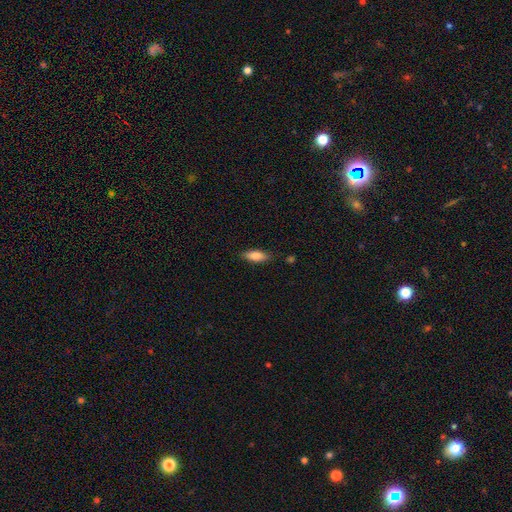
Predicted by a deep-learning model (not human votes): A smooth galaxy with no disk features (78%) that is in between round and cigar-shaped (68%).

Vote fractions:
- Smooth or featured? smooth: 78% / featured or disk: 16% / star or artifact: 6%
- How rounded? in between: 68% / cigar-shaped: 30% / round: 2%
- Merging? none: 85% / minor disturbance: 11% / major disturbance: 2% / merger: 2%